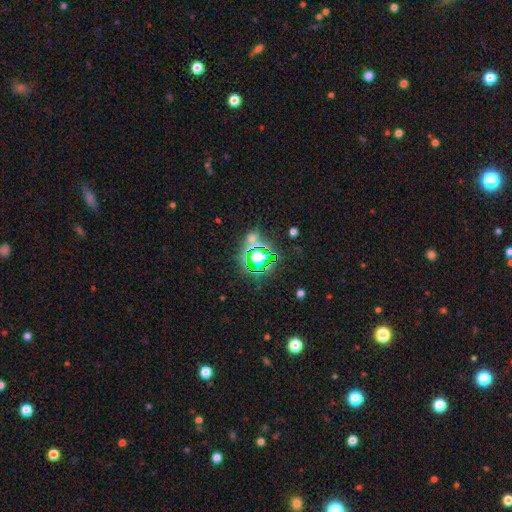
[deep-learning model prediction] Overall: star or artifact (63%; smooth 26%).